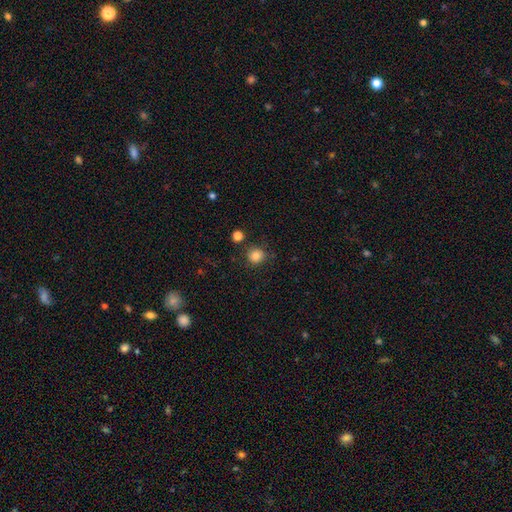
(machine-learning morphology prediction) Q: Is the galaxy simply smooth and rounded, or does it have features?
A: smooth — 83%.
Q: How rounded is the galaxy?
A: round — 90%.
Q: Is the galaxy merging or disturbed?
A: none — 83%.